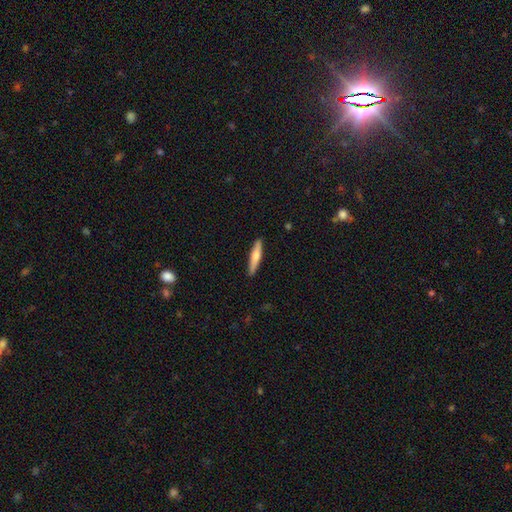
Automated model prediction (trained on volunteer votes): A smooth galaxy with no disk features (55%) that is cigar-shaped (89%). Merging: none (90%).